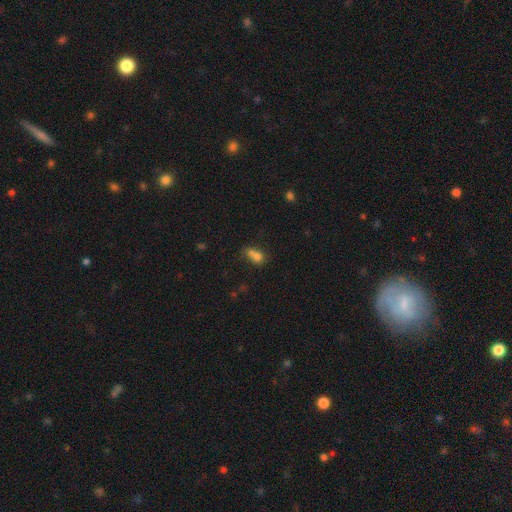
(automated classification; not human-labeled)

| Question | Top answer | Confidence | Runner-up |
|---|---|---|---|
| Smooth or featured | smooth | 71% | featured or disk (15%) |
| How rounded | in between | 57% | round (39%) |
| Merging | merger | 52% | none (27%) |